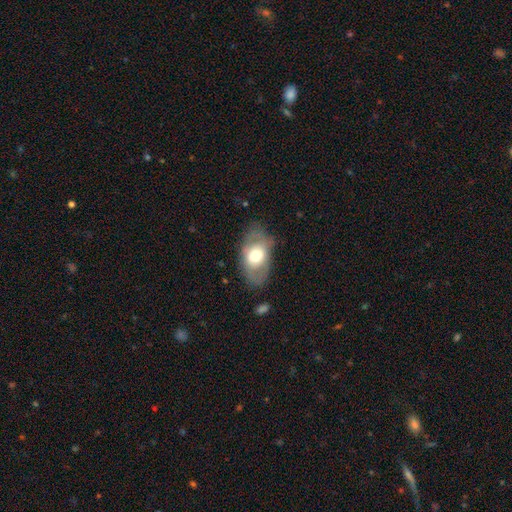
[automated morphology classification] A smooth galaxy with no disk features (55%) that is in between round and cigar-shaped (87%).

Vote fractions:
- Smooth or featured? smooth: 55% / featured or disk: 38% / star or artifact: 7%
- How rounded? in between: 87% / round: 11% / cigar-shaped: 2%
- Merging? none: 67% / minor disturbance: 22% / major disturbance: 10% / merger: 2%